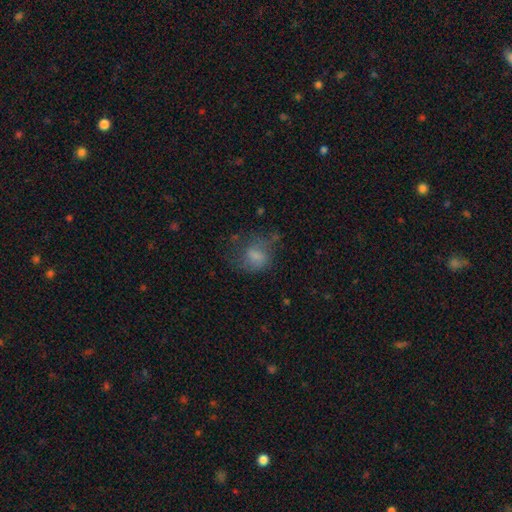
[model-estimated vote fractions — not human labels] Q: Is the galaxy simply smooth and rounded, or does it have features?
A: smooth — 65%.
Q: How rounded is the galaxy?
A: round — 57%.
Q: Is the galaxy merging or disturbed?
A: none — 43%.